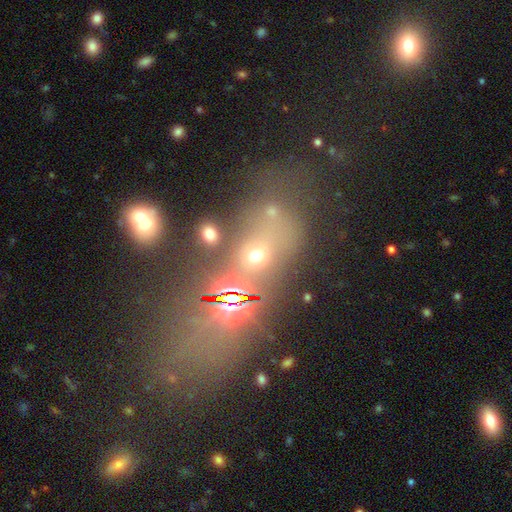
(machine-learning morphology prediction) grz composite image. It shows a smooth galaxy with no disk features (40%). Merging: merger (43%).